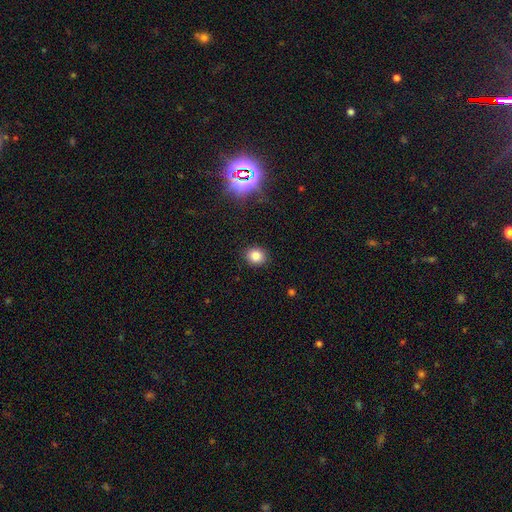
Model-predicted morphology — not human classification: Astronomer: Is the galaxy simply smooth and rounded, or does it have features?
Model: smooth — 82%.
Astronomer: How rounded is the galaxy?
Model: round — 71%.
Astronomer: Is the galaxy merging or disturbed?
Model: none — 89%.